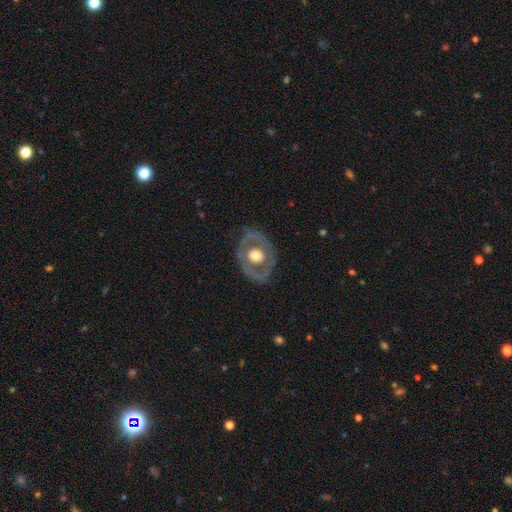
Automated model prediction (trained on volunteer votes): Smooth or featured?
  - featured or disk: 59% *
  - smooth: 36%
  - star or artifact: 5%
Edge-on disk?
  - no: 93% *
  - yes: 7%
Bar?
  - no: 88% *
  - weak: 9%
  - strong: 3%
Spiral arms?
  - no: 86% *
  - yes: 14%
Bulge size?
  - moderate: 53% *
  - large: 39%
  - small: 4%
  - dominant: 2%
  - none: 1%
Merging?
  - none: 79% *
  - minor disturbance: 14%
  - major disturbance: 7%
  - merger: 1%